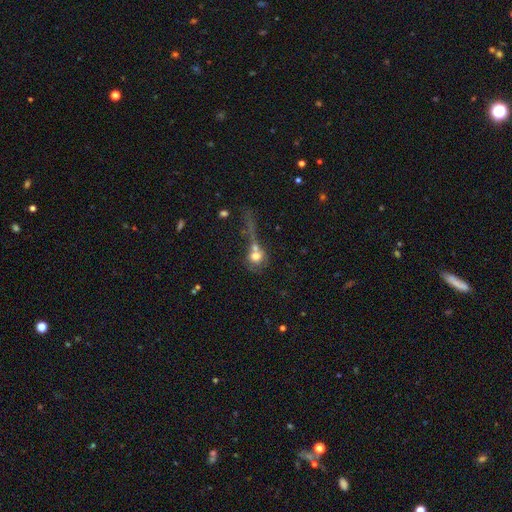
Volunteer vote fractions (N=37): Smooth or featured? smooth (59%)
How rounded? round (59%)
Merging? major disturbance (44%)